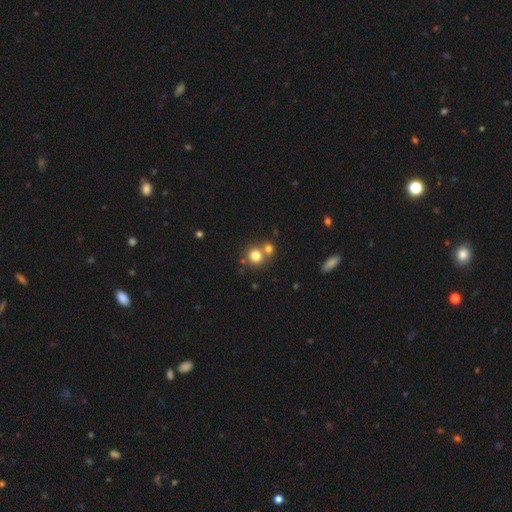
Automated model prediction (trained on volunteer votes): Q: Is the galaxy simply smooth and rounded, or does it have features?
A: smooth — 78%.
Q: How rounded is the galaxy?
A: round — 89%.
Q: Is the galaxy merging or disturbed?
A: none — 55%.